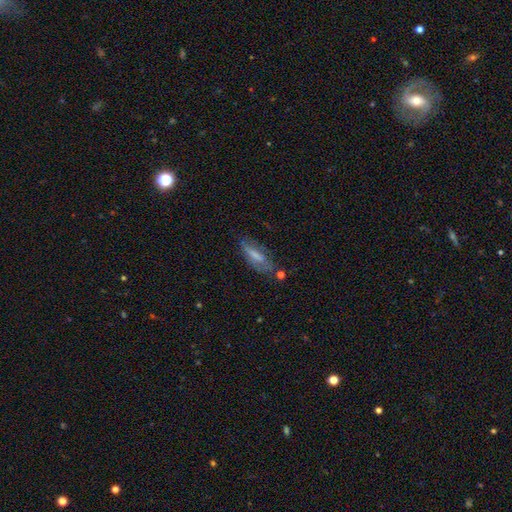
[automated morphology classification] Smooth or featured? Predicted: smooth (p=0.56). How rounded? Predicted: cigar-shaped (p=0.54). Merging? Predicted: none (p=0.58).